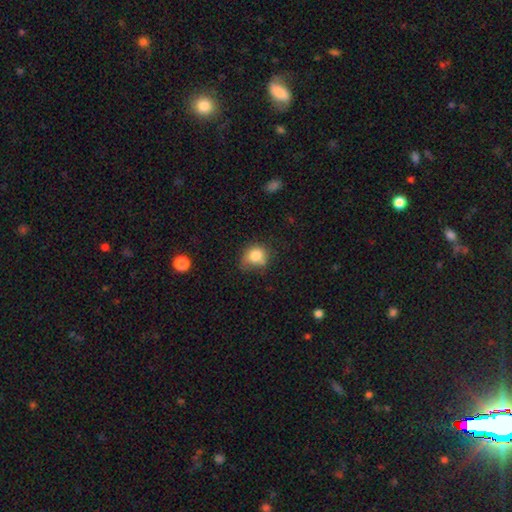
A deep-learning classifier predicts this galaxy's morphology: Smooth or featured? Predicted: smooth (p=0.81). How rounded? Predicted: round (p=0.66). Merging? Predicted: none (p=0.44).